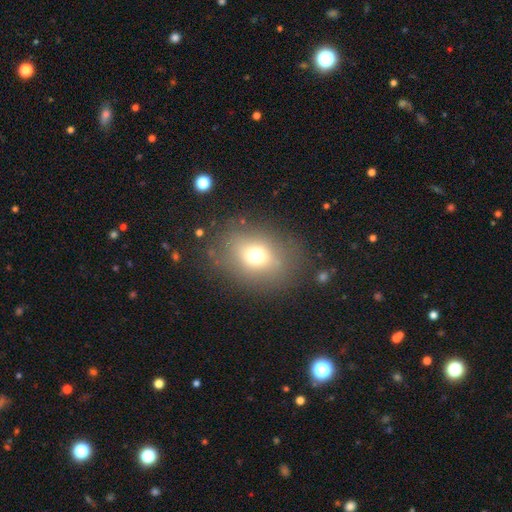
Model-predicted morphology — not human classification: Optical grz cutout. It shows a smooth galaxy with no disk features (67%) that is round (50%). Merging: none (77%).